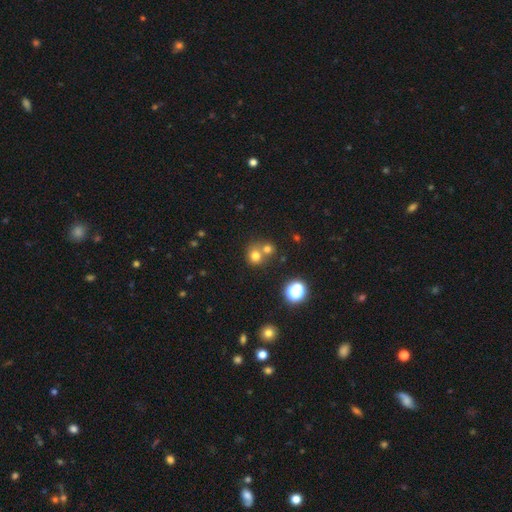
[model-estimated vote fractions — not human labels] This is likely a smooth galaxy (72%). How rounded: clearly round (83%). Merging: possibly none (46%).